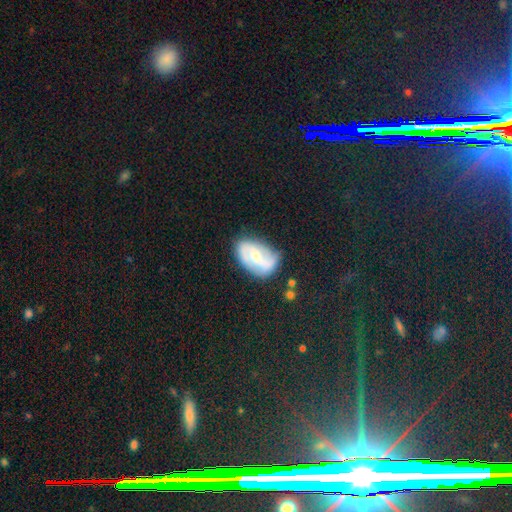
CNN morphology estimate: smooth_or_featured: featured or disk (p=0.69) [alt: smooth p=0.24]
disk_edge_on: no (p=0.96) [alt: yes p=0.04]
bar: weak (p=0.41) [alt: no p=0.34]
has_spiral_arms: yes (p=0.84) [alt: no p=0.16]
spiral_winding: loose (p=0.40) [alt: medium p=0.38]
spiral_arm_count: 2 (p=0.77) [alt: can't tell p=0.13]
bulge_size: small (p=0.57) [alt: moderate p=0.37]
merging: none (p=0.63) [alt: minor disturbance p=0.25]